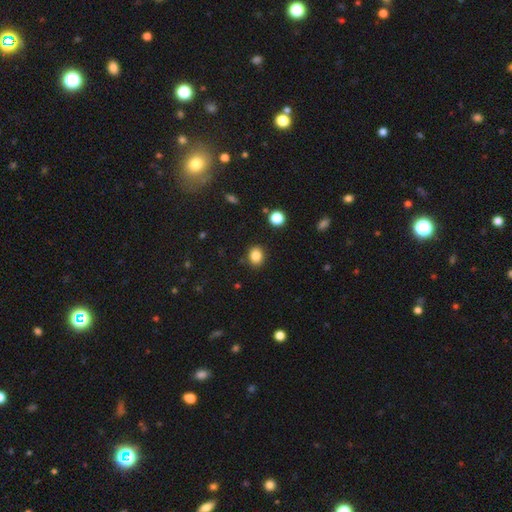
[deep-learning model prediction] A smooth galaxy with no disk features (85%) that is round (55%).

Vote fractions:
- Smooth or featured? smooth: 85% / star or artifact: 11% / featured or disk: 5%
- How rounded? round: 55% / in between: 44% / cigar-shaped: 1%
- Merging? none: 86% / minor disturbance: 9% / major disturbance: 3% / merger: 2%